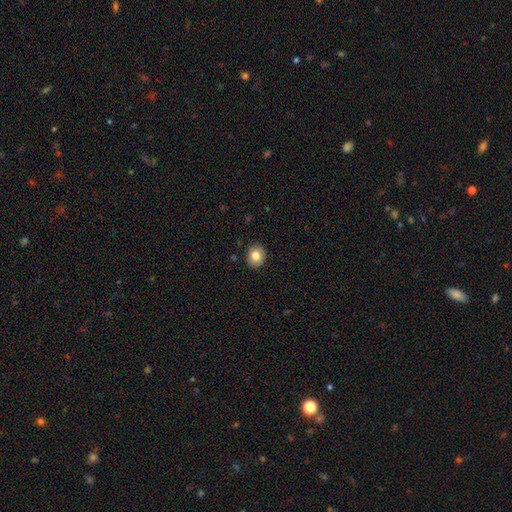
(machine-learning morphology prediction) Smooth or featured?
  - smooth: 81% *
  - featured or disk: 10%
  - star or artifact: 9%
How rounded?
  - round: 73% *
  - in between: 26%
  - cigar-shaped: 1%
Merging?
  - none: 90% *
  - minor disturbance: 7%
  - major disturbance: 2%
  - merger: 1%